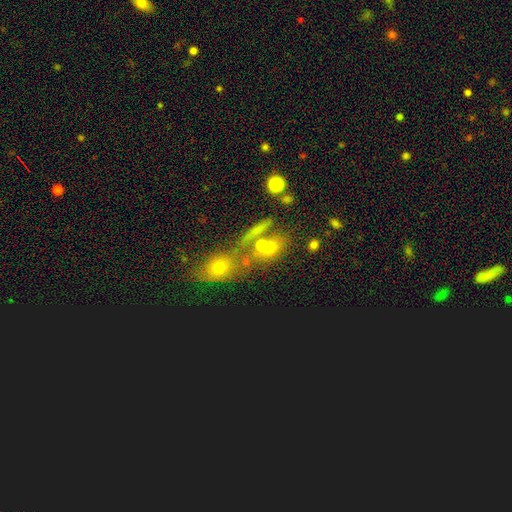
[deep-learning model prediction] smooth_or_featured: smooth (p=0.51) [alt: star or artifact p=0.26]
how_rounded: in between (p=0.49) [alt: round p=0.39]
merging: merger (p=0.42) [alt: none p=0.41]